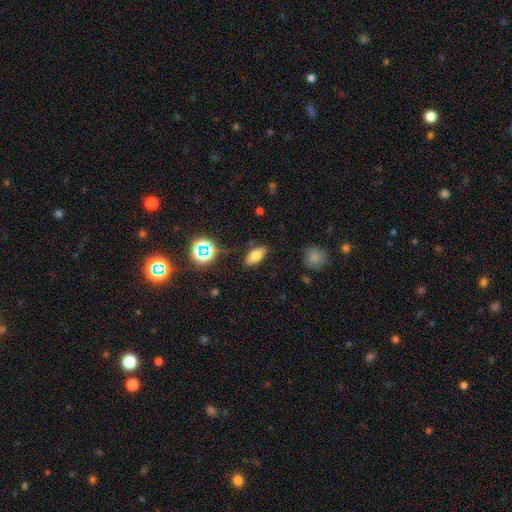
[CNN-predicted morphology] smooth 71%, featured or disk 16%, star or artifact 14%. Down the decision tree: how rounded — in between (84%); merging — none (83%).